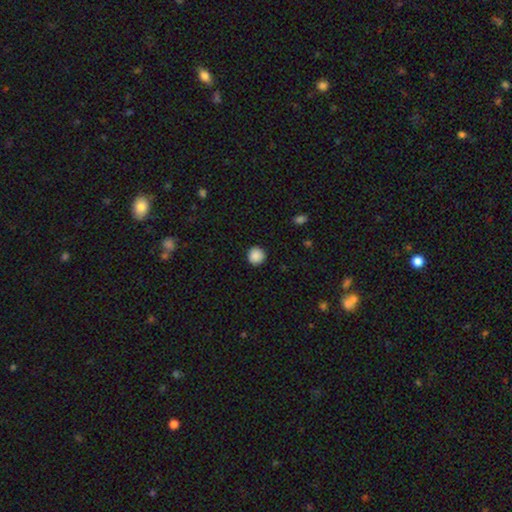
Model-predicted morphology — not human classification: This appears to be a smooth galaxy with no disk features (89%) that is round (95%). Merging: none (92%).